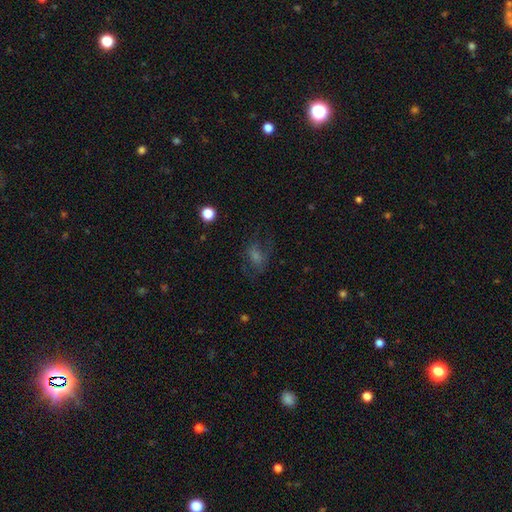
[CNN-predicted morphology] A smooth galaxy with no disk features (41%). Merging: none (63%).